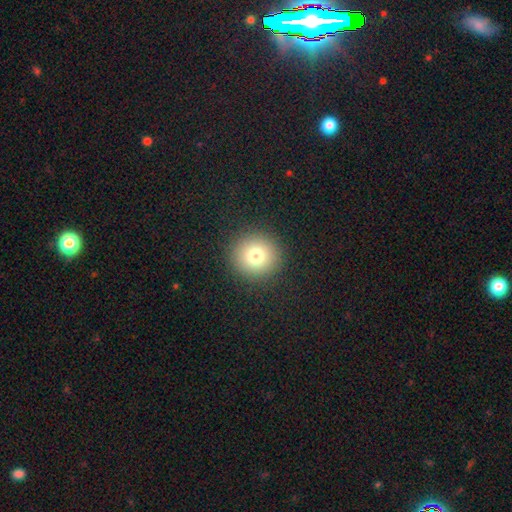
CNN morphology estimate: This is likely a smooth galaxy (78%). How rounded: clearly round (95%). Merging: clearly none (92%).